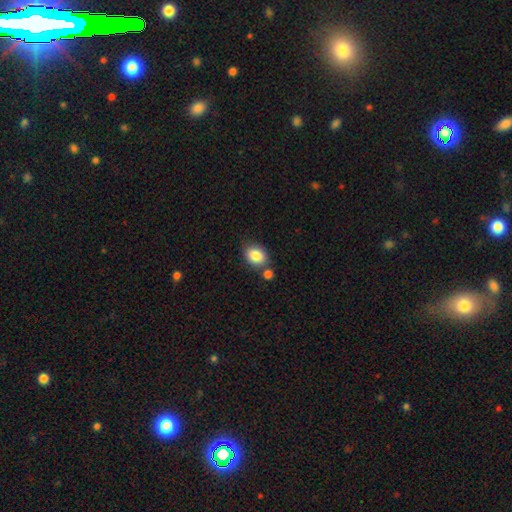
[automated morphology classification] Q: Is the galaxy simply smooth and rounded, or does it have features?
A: smooth — 85%.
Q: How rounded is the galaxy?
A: in between — 59%.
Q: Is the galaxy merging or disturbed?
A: none — 66%.